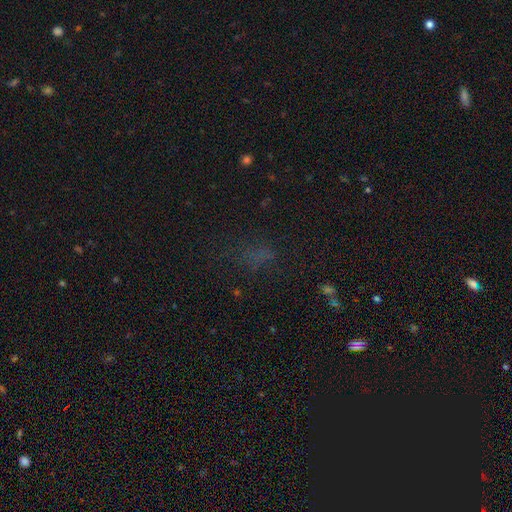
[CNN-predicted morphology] This appears to be a smooth galaxy with no disk features (45%). Merging: none (63%).